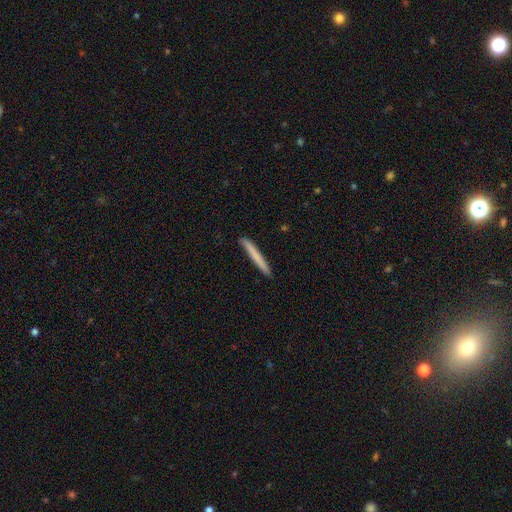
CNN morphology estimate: smooth-or-featured: smooth: 71% | featured or disk: 24% | star or artifact: 5%
  how-rounded: cigar-shaped: 97% | in between: 2% | round: 1%
  merging: none: 90% | minor disturbance: 7% | major disturbance: 1% | merger: 1%